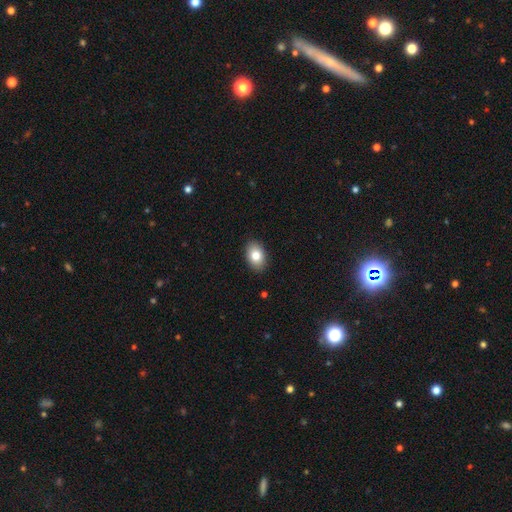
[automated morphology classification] A smooth galaxy with no disk features (81%) that is in between round and cigar-shaped (82%).

Vote fractions:
- Smooth or featured? smooth: 81% / featured or disk: 11% / star or artifact: 8%
- How rounded? in between: 82% / round: 17% / cigar-shaped: 1%
- Merging? none: 89% / minor disturbance: 8% / major disturbance: 2% / merger: 1%